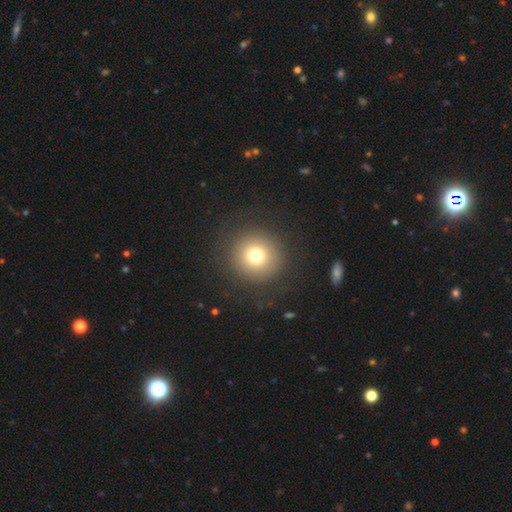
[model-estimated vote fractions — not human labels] Smooth or featured? smooth (74%)
How rounded? round (95%)
Merging? none (85%)